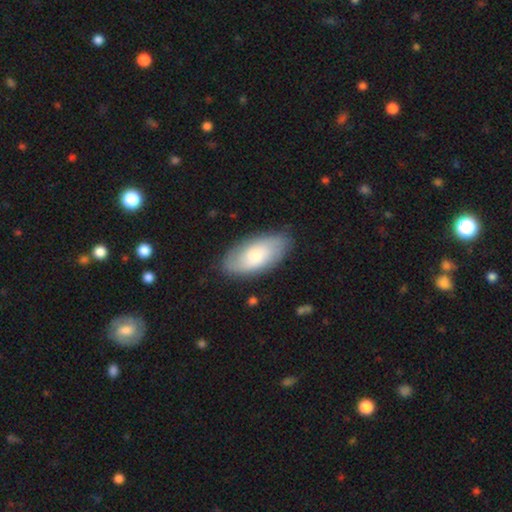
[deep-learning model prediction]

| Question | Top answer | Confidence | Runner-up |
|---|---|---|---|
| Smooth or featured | smooth | 54% | featured or disk (39%) |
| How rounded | in between | 92% | cigar-shaped (5%) |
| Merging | none | 81% | minor disturbance (14%) |